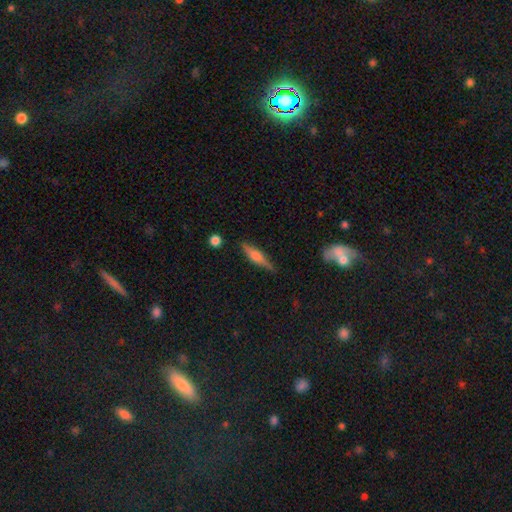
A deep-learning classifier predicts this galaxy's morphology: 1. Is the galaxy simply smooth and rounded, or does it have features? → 60% featured or disk, 33% smooth, 7% star or artifact.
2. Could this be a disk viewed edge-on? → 96% yes, 4% no.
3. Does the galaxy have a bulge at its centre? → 78% rounded, 16% boxy, 5% none.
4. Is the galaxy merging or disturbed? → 84% none, 12% minor disturbance, 3% major disturbance, 2% merger.